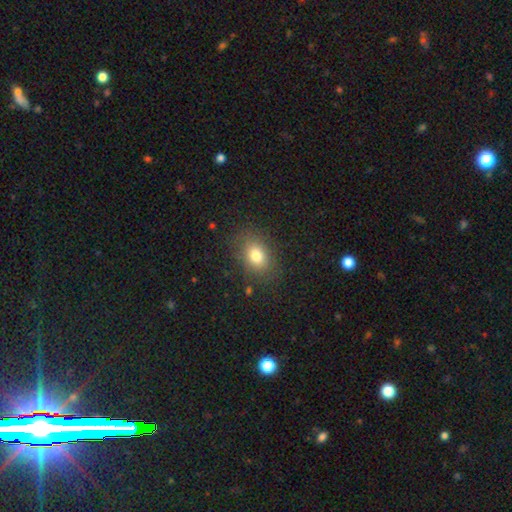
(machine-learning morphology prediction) Smooth or featured: smooth — 77% (star or artifact — 12%)
How rounded: in between — 67% (round — 32%)
Merging: none — 81% (minor disturbance — 13%)